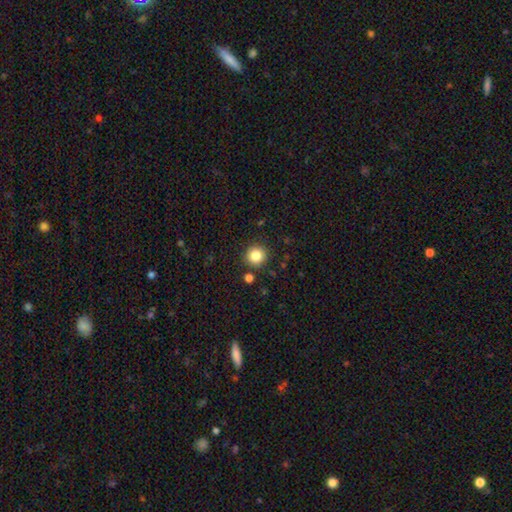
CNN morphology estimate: smooth-or-featured: smooth: 84% | star or artifact: 10% | featured or disk: 5%
  how-rounded: round: 94% | in between: 5% | cigar-shaped: 1%
  merging: none: 89% | minor disturbance: 6% | merger: 3% | major disturbance: 2%